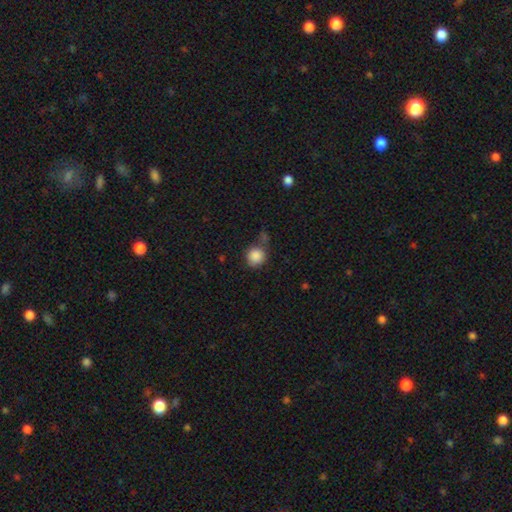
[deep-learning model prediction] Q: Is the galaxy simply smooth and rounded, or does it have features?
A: smooth — 87%.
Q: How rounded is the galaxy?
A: round — 89%.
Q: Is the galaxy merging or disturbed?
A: none — 63%.